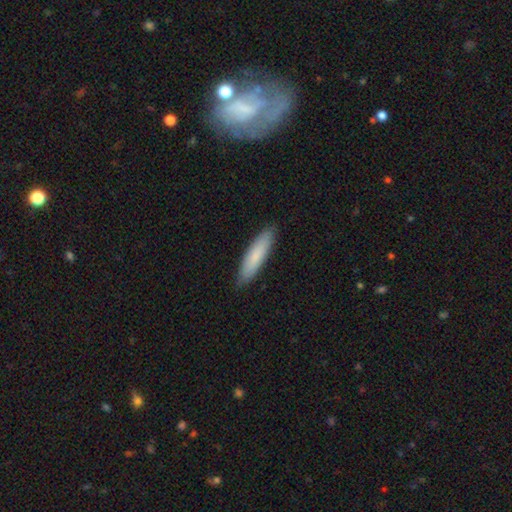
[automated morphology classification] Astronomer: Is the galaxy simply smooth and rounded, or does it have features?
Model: smooth — 82%.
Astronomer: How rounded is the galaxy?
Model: cigar-shaped — 75%.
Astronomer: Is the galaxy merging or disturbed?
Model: none — 89%.